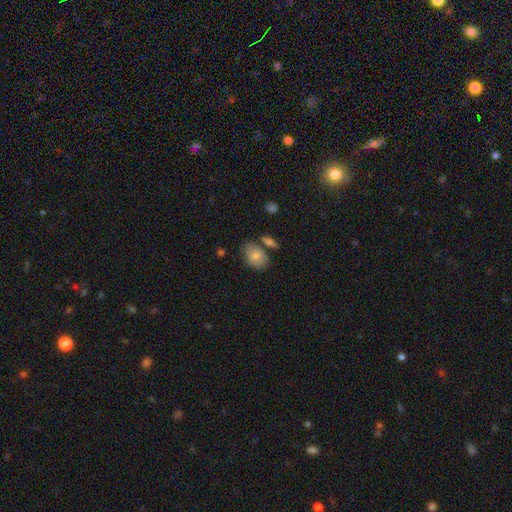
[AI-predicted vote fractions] Smooth or featured: smooth — 78% (featured or disk — 14%)
How rounded: in between — 78% (round — 20%)
Merging: none — 63% (minor disturbance — 19%)